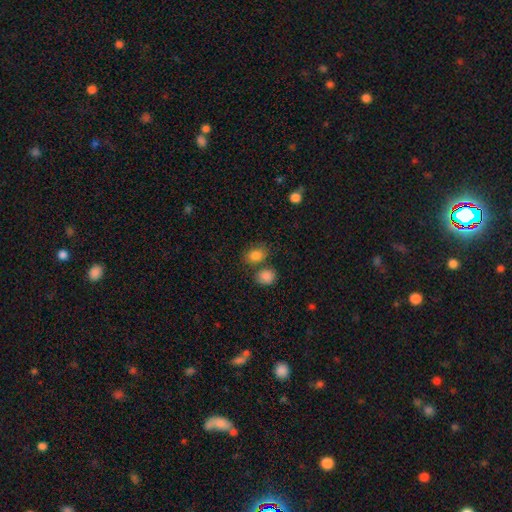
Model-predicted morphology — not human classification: A smooth galaxy with no disk features (84%) that is in between round and cigar-shaped (64%).

Vote fractions:
- Smooth or featured? smooth: 84% / star or artifact: 10% / featured or disk: 6%
- How rounded? in between: 64% / round: 35% / cigar-shaped: 1%
- Merging? none: 60% / merger: 23% / minor disturbance: 13% / major disturbance: 4%